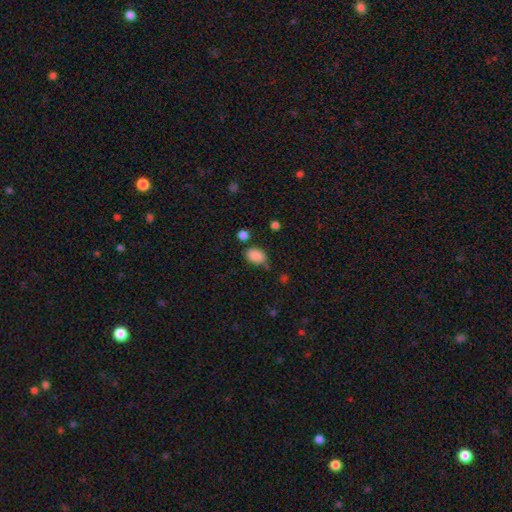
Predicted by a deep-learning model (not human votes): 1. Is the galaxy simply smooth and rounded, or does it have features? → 87% smooth, 9% star or artifact, 4% featured or disk.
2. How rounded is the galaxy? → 82% in between, 17% round, 1% cigar-shaped.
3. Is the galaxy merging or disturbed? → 67% none, 21% minor disturbance, 6% merger, 5% major disturbance.